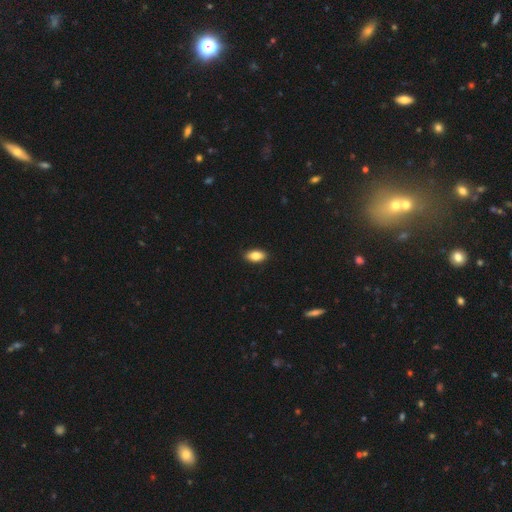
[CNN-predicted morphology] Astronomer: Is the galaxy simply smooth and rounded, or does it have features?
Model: smooth — 83%.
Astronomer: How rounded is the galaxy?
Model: in between — 91%.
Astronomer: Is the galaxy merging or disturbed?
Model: none — 89%.